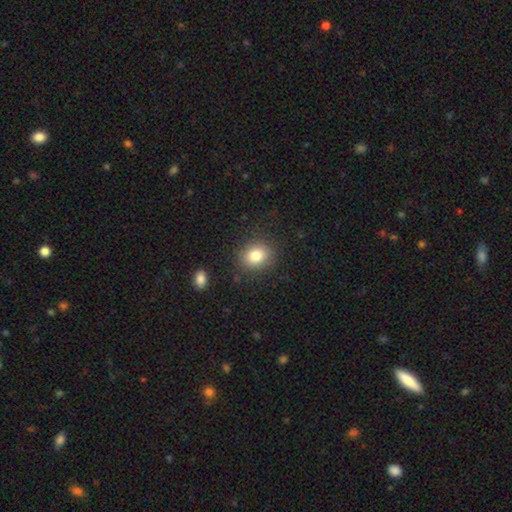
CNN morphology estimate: smooth-or-featured: smooth: 82% | star or artifact: 11% | featured or disk: 7%
  how-rounded: round: 63% | in between: 36% | cigar-shaped: 1%
  merging: none: 86% | minor disturbance: 9% | major disturbance: 3% | merger: 2%